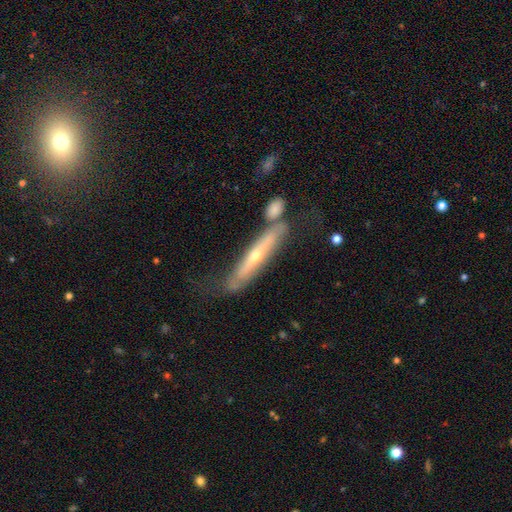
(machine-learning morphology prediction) A featured or disk galaxy (69%) viewed edge-on (73%) with a rounded central bulge (77%).

Vote fractions:
- Smooth or featured? featured or disk: 69% / smooth: 24% / star or artifact: 7%
- Edge-on disk? yes: 73% / no: 27%
- Edge-on bulge? rounded: 77% / none: 19% / boxy: 4%
- Merging? none: 49% / minor disturbance: 23% / merger: 17% / major disturbance: 12%